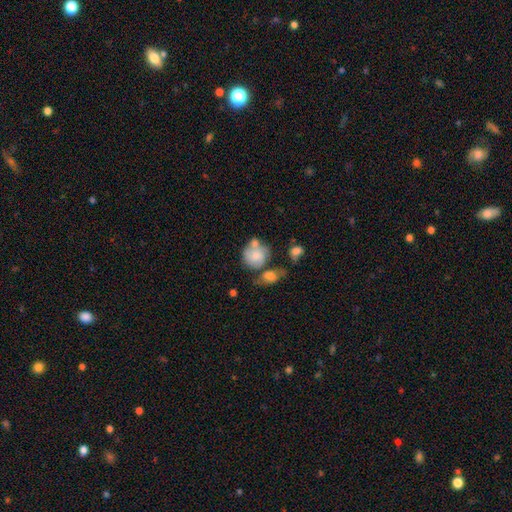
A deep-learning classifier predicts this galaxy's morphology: Q: Smooth or featured?
A: smooth (57%); runner-up: featured or disk (36%)
Q: How rounded?
A: round (73%); runner-up: in between (26%)
Q: Merging?
A: merger (36%); runner-up: none (33%)